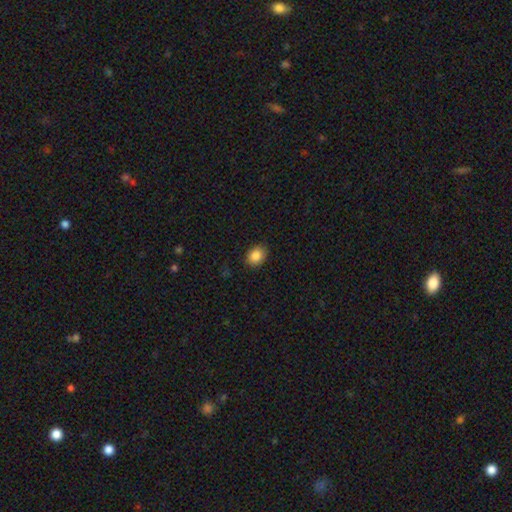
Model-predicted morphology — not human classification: This is clearly a smooth galaxy (86%). How rounded: possibly in between (51%). Merging: clearly none (86%).